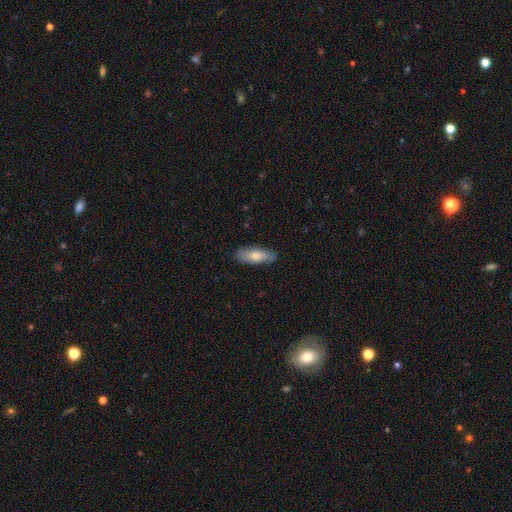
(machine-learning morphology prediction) The model was most divided on "how rounded": in between: 68%, cigar-shaped: 29%, round: 2%. More confident: merging — none (82%); smooth or featured — smooth (70%).